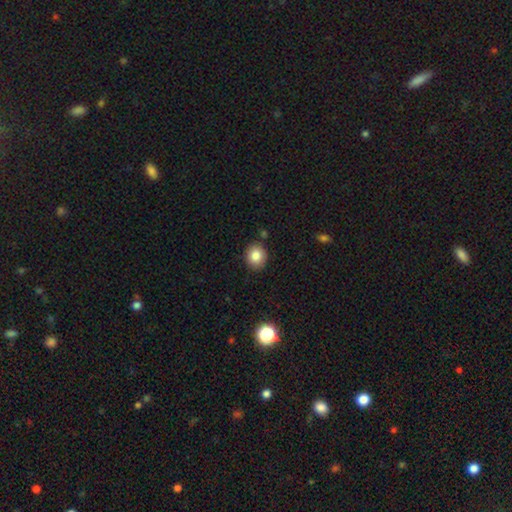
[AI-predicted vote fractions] The model was most divided on "how rounded": round: 74%, in between: 25%, cigar-shaped: 1%. More confident: merging — none (85%); smooth or featured — smooth (84%).